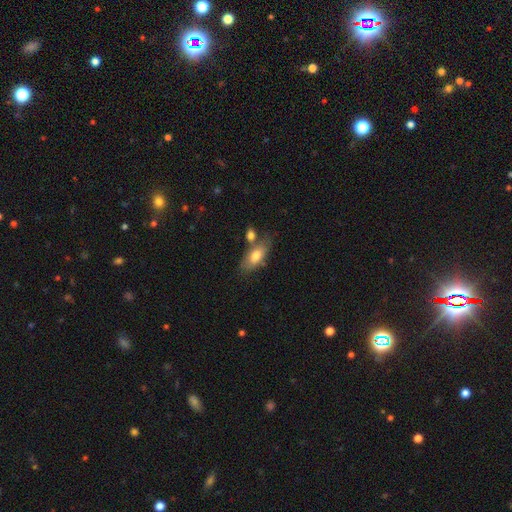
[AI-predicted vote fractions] smooth_or_featured: smooth (p=0.73) [alt: featured or disk p=0.20]
how_rounded: in between (p=0.81) [alt: cigar-shaped p=0.15]
merging: none (p=0.56) [alt: merger p=0.22]